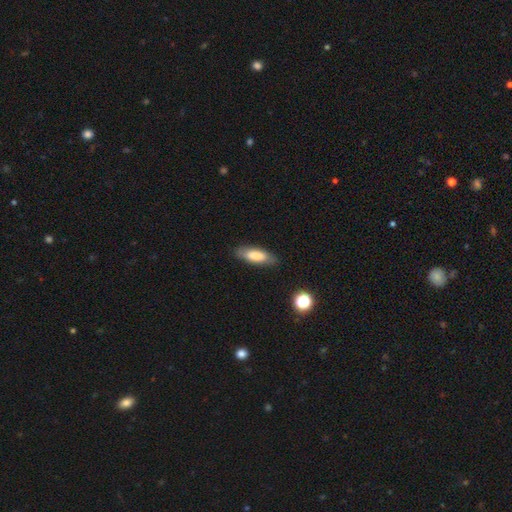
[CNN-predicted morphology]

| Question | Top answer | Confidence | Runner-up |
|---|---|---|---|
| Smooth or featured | smooth | 76% | featured or disk (18%) |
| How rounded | in between | 62% | cigar-shaped (36%) |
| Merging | none | 83% | minor disturbance (12%) |